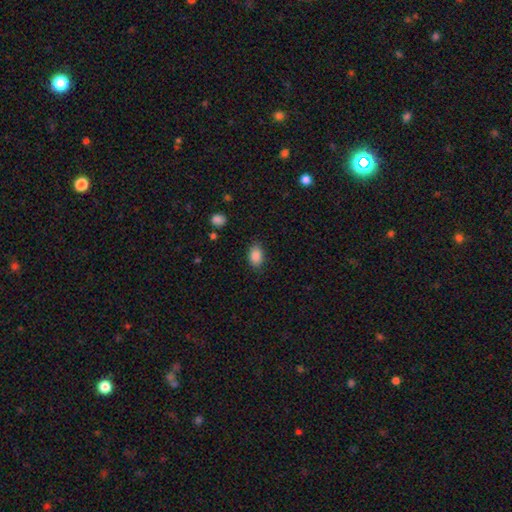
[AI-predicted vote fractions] Smooth or featured: smooth — 88% (star or artifact — 8%)
How rounded: in between — 87% (round — 11%)
Merging: none — 84% (minor disturbance — 12%)